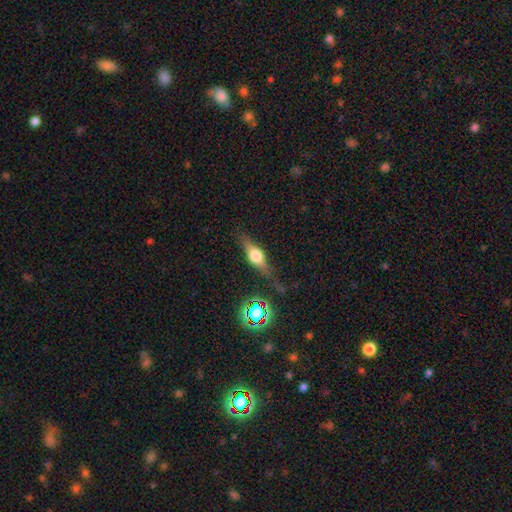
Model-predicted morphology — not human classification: Smooth or featured?
  - featured or disk: 55% *
  - smooth: 34%
  - star or artifact: 10%
Edge-on disk?
  - yes: 92% *
  - no: 8%
Edge-on bulge?
  - rounded: 93% *
  - boxy: 5%
  - none: 2%
Merging?
  - none: 74% *
  - minor disturbance: 17%
  - major disturbance: 6%
  - merger: 3%